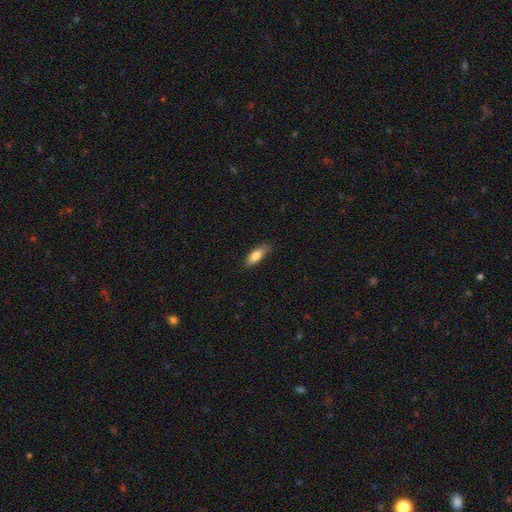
A smooth galaxy with no disk features (95%) that is in between round and cigar-shaped (57%).

Vote fractions:
- Smooth or featured? smooth: 95% / featured or disk: 3% / star or artifact: 3%
- How rounded? in between: 57% / cigar-shaped: 40% / round: 3%
- Merging? none: 81% / minor disturbance: 11% / major disturbance: 8% / merger: 0%